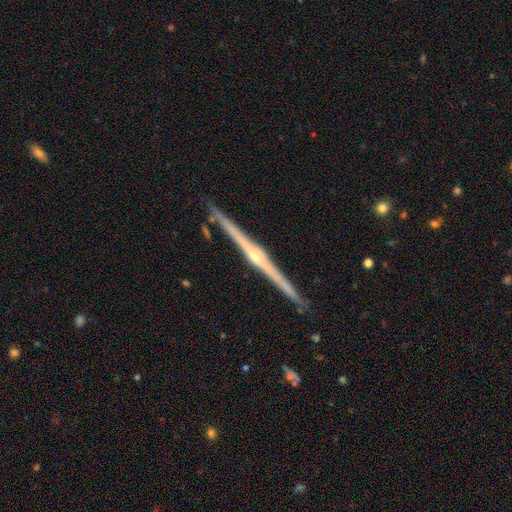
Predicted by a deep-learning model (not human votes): The model was most divided on "edge-on bulge": rounded: 79%, none: 13%, boxy: 8%. More confident: edge-on disk — yes (99%); merging — none (91%); smooth or featured — featured or disk (88%).